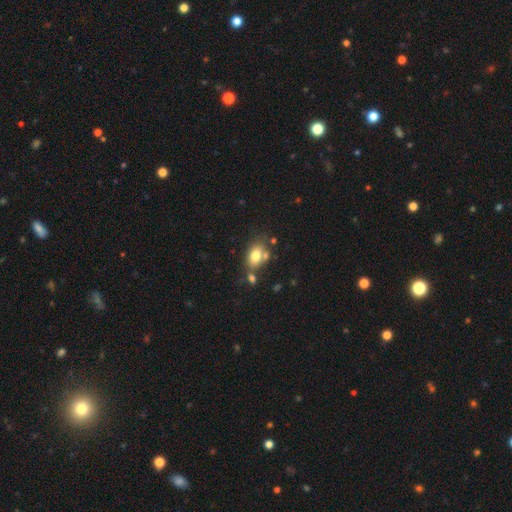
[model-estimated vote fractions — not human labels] Overall: smooth (76%). How rounded: in between (81%). Merging: none (56%; merger 20%).